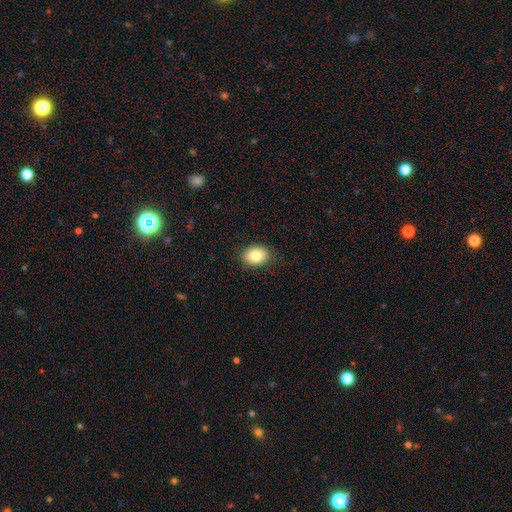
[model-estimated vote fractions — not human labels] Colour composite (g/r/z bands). It shows a smooth galaxy with no disk features (85%) that is in between round and cigar-shaped (67%). Merging: none (86%).